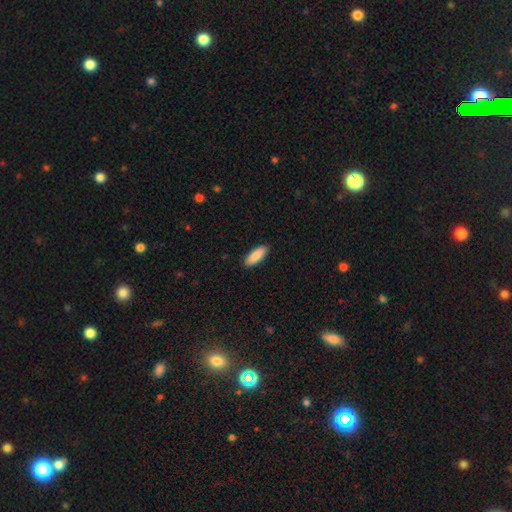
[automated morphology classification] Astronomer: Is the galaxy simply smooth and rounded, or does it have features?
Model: smooth — 87%.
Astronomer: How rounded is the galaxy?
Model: in between — 70%.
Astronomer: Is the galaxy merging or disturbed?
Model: none — 90%.